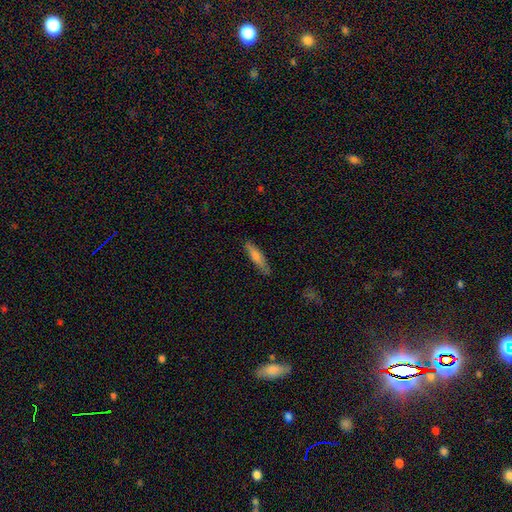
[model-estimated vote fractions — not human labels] Smooth or featured? smooth (65%)
How rounded? cigar-shaped (81%)
Merging? none (84%)